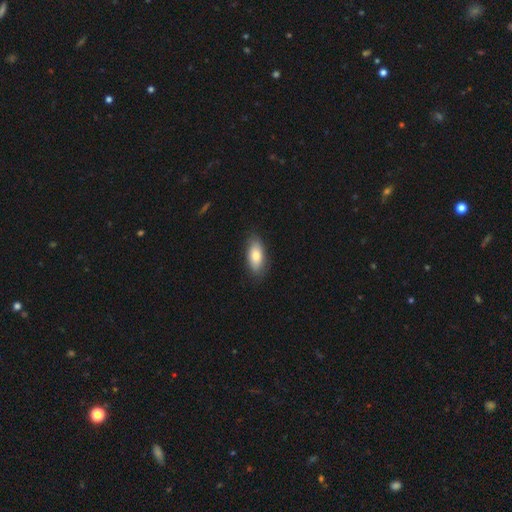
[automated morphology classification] type=smooth (77%); roundness=in between (88%); merging=none (83%).